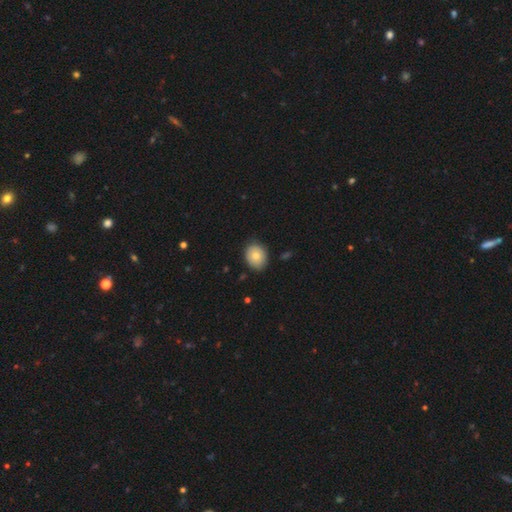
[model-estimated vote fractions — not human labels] Q: Smooth or featured?
A: smooth (80%); runner-up: featured or disk (12%)
Q: How rounded?
A: in between (51%); runner-up: round (49%)
Q: Merging?
A: none (82%); runner-up: minor disturbance (14%)